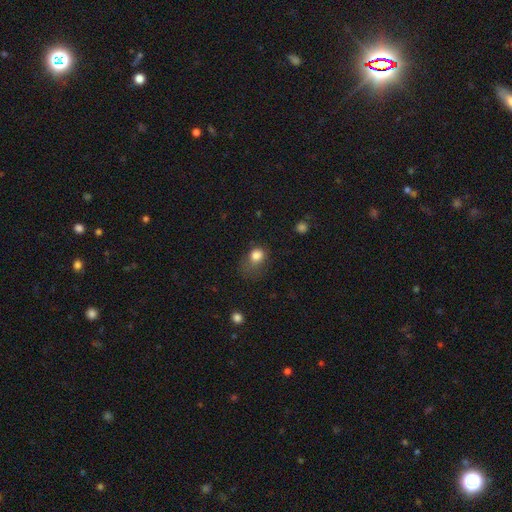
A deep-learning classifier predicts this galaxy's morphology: This appears to be a smooth galaxy with no disk features (81%) that is in between round and cigar-shaped (54%). Merging: major disturbance (36%).